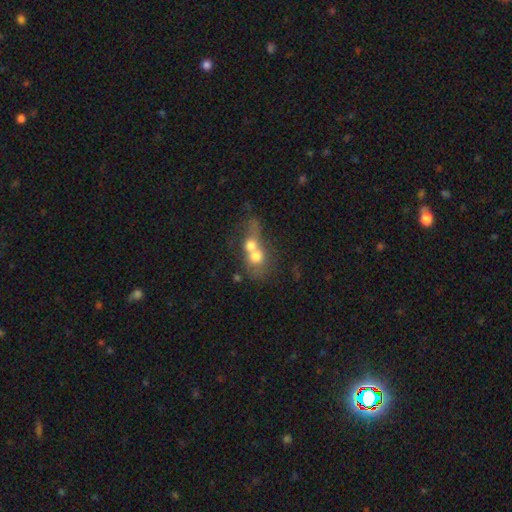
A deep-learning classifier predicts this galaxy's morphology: This appears to be a smooth galaxy with no disk features (62%) that is round (60%). Merging: merger (78%).